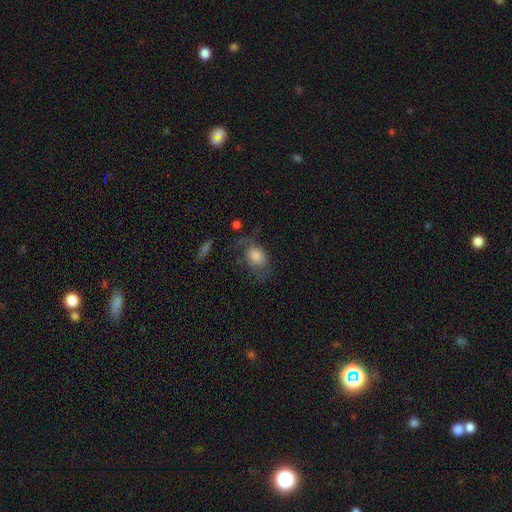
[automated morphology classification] smooth 57%, featured or disk 33%, star or artifact 10%. Down the decision tree: how rounded — in between (70%); merging — none (39%).